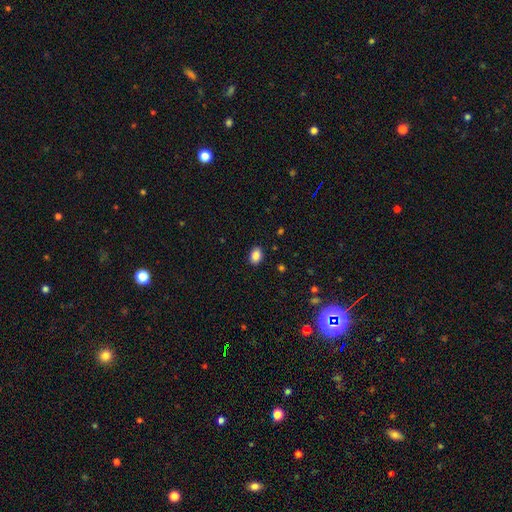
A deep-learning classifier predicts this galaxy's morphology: The model was most divided on "how rounded": in between: 79%, round: 19%, cigar-shaped: 1%. More confident: merging — none (89%); smooth or featured — smooth (87%).